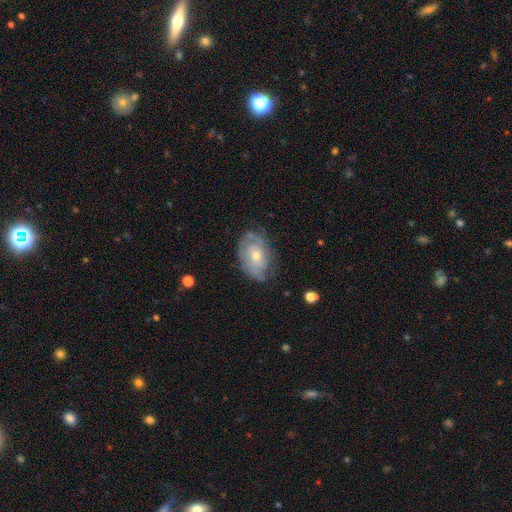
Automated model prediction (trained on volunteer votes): featured or disk 67%, smooth 27%, star or artifact 6%. Down the decision tree: edge-on disk — no (95%); bar — no (81%); spiral arms — yes (79%); spiral arm count — can't tell (50%); spiral winding — tight (63%); bulge size — moderate (55%); merging — none (67%).